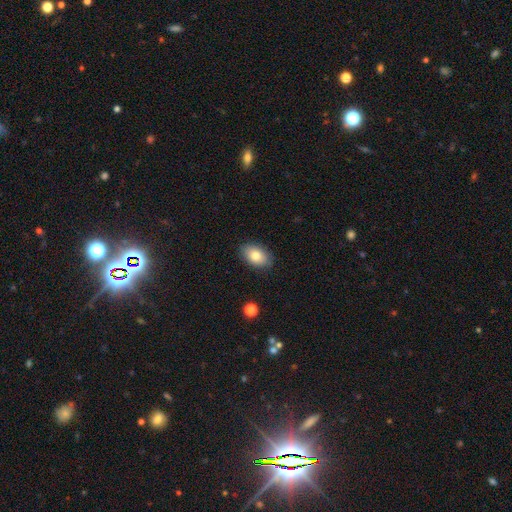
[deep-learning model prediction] smooth_or_featured: smooth (p=0.80) [alt: featured or disk p=0.13]
how_rounded: in between (p=0.90) [alt: round p=0.09]
merging: none (p=0.87) [alt: minor disturbance p=0.10]